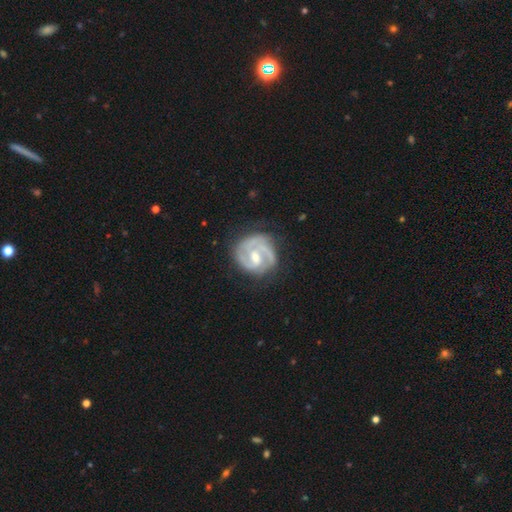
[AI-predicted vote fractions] featured or disk 89%, smooth 7%, star or artifact 4%. Down the decision tree: edge-on disk — no (98%); bar — weak (53%); spiral arms — yes (97%); spiral arm count — 2 (64%); spiral winding — tight (50%); bulge size — moderate (55%); merging — none (70%).